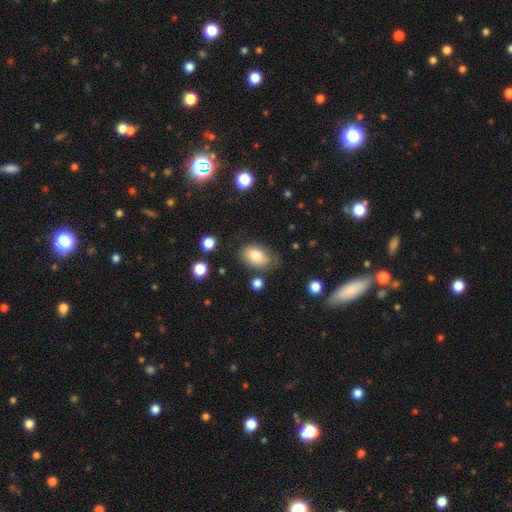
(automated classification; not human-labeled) A smooth galaxy with no disk features (80%) that is in between round and cigar-shaped (83%).

Vote fractions:
- Smooth or featured? smooth: 80% / featured or disk: 12% / star or artifact: 8%
- How rounded? in between: 83% / round: 15% / cigar-shaped: 1%
- Merging? none: 63% / minor disturbance: 25% / major disturbance: 8% / merger: 4%